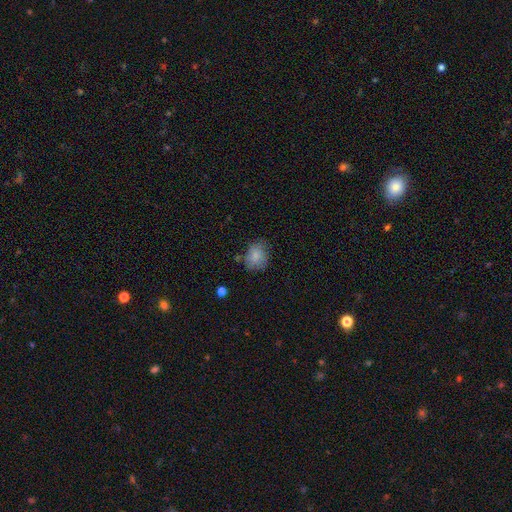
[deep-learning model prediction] smooth 81%, featured or disk 10%, star or artifact 9%. Down the decision tree: how rounded — round (50%); merging — none (62%).